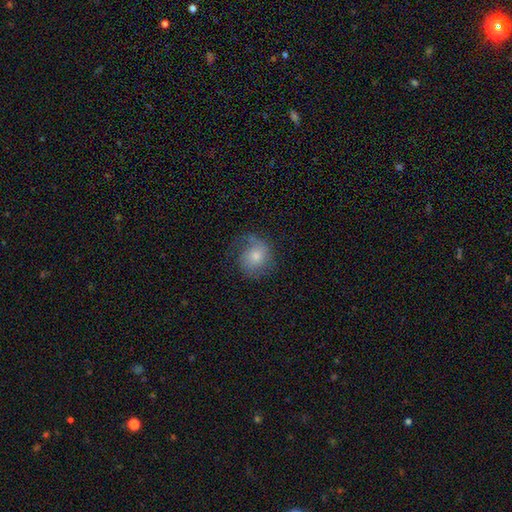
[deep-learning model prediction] Q: Smooth or featured?
A: smooth (50%); runner-up: featured or disk (41%)
Q: How rounded?
A: round (72%); runner-up: in between (27%)
Q: Merging?
A: none (60%); runner-up: minor disturbance (22%)